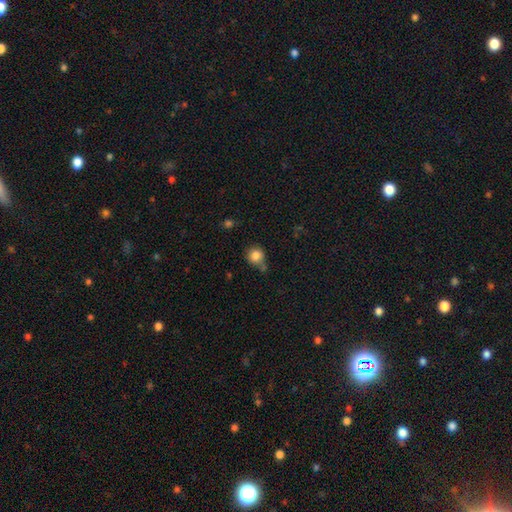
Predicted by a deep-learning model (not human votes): Morphology: type=smooth (83%); roundness=round (83%); merging=none (58%).